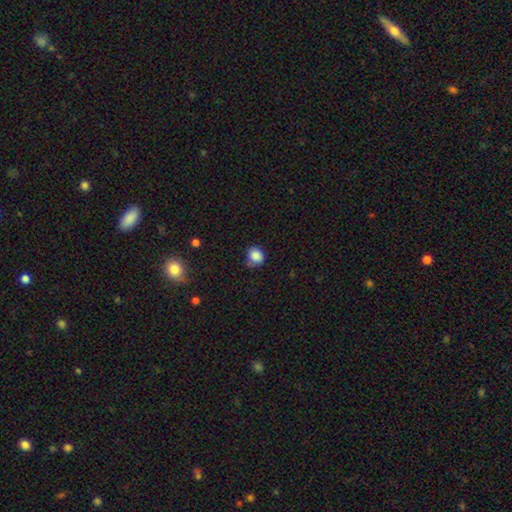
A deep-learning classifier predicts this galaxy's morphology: This appears to be a smooth galaxy with no disk features (85%) that is round (70%). Merging: none (63%).